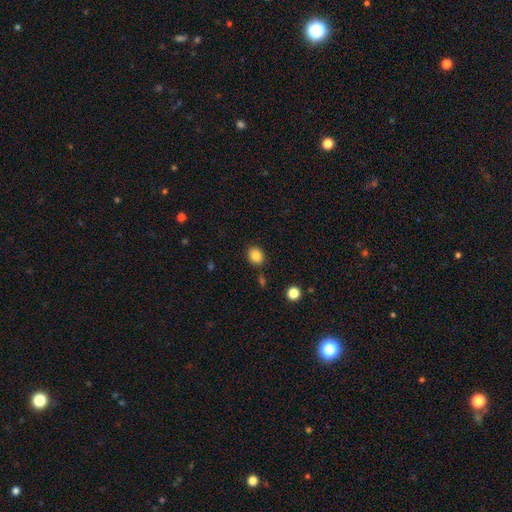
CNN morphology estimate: Smooth or featured: smooth — 85% (star or artifact — 10%)
How rounded: round — 62% (in between — 38%)
Merging: none — 85% (minor disturbance — 9%)